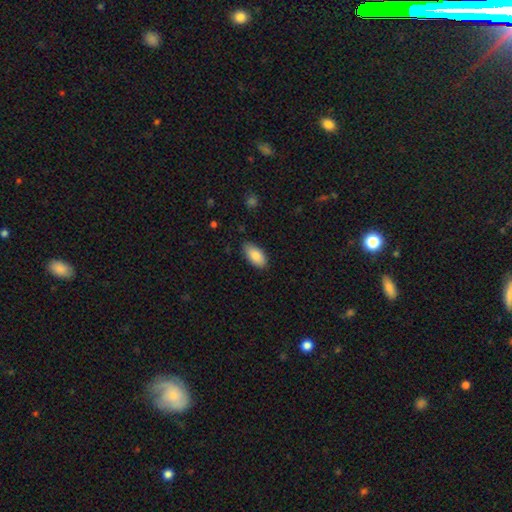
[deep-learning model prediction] A smooth galaxy with no disk features (86%) that is in between round and cigar-shaped (93%).

Vote fractions:
- Smooth or featured? smooth: 86% / featured or disk: 7% / star or artifact: 7%
- How rounded? in between: 93% / cigar-shaped: 4% / round: 2%
- Merging? none: 79% / minor disturbance: 17% / major disturbance: 3% / merger: 1%